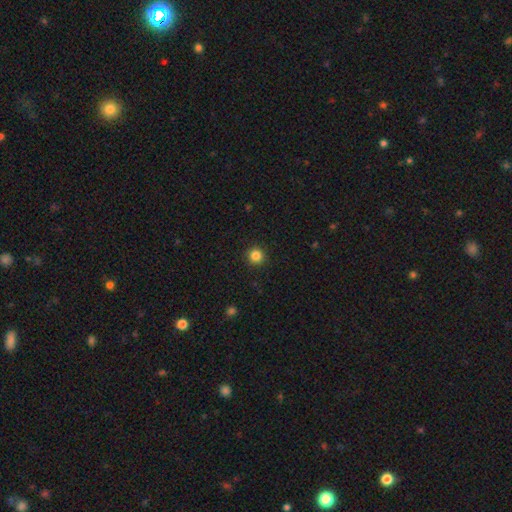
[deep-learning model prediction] smooth-or-featured: smooth: 85% | star or artifact: 12% | featured or disk: 4%
  how-rounded: round: 95% | in between: 4% | cigar-shaped: 1%
  merging: none: 93% | minor disturbance: 5% | major disturbance: 2% | merger: 1%